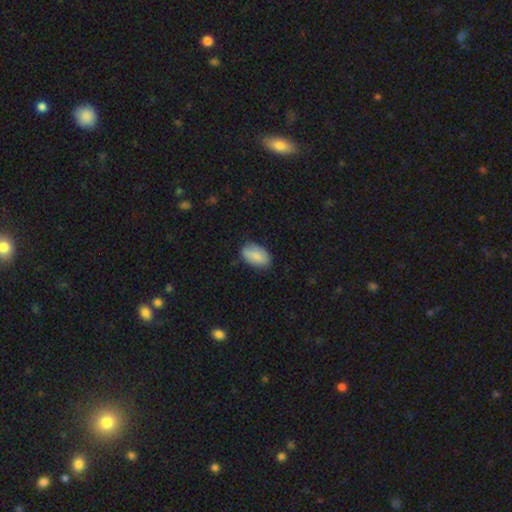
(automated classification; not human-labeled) Smooth or featured? smooth (80%)
How rounded? in between (93%)
Merging? none (77%)